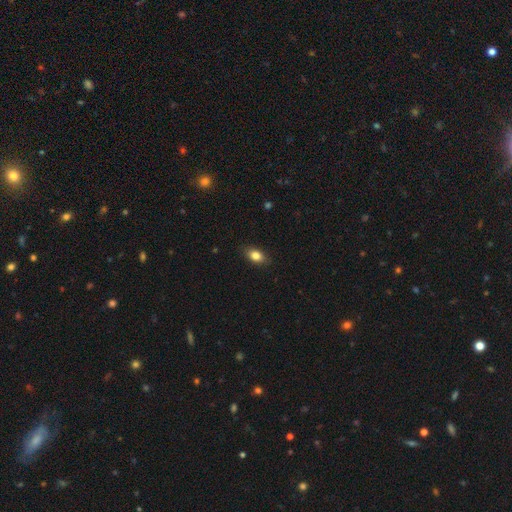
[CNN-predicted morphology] Overall: smooth (83%). How rounded: in between (84%). Merging: none (85%).